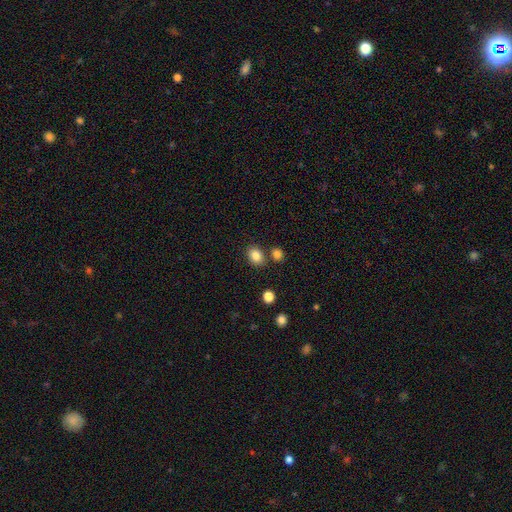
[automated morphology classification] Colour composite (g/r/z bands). It shows a smooth galaxy with no disk features (84%) that is in between round and cigar-shaped (56%). Merging: none (75%).